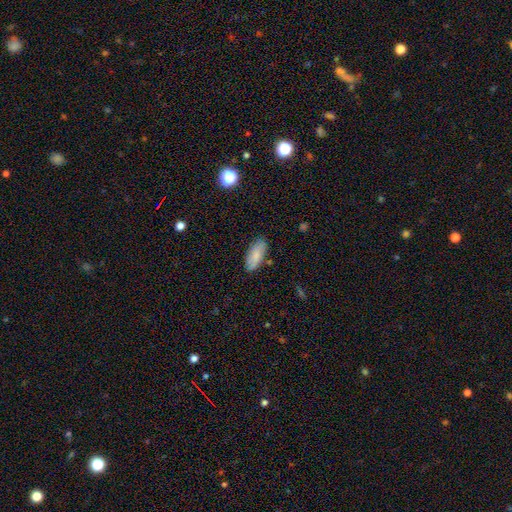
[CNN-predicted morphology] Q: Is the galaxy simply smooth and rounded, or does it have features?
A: smooth — 81%.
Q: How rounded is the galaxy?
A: in between — 87%.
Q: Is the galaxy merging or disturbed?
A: none — 81%.